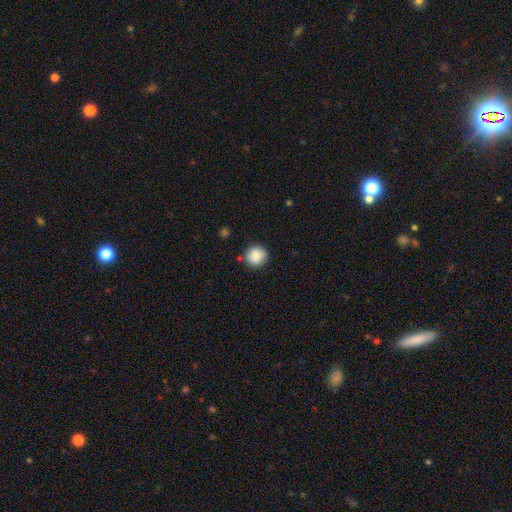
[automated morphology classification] Smooth or featured? smooth (85%)
How rounded? round (88%)
Merging? none (80%)